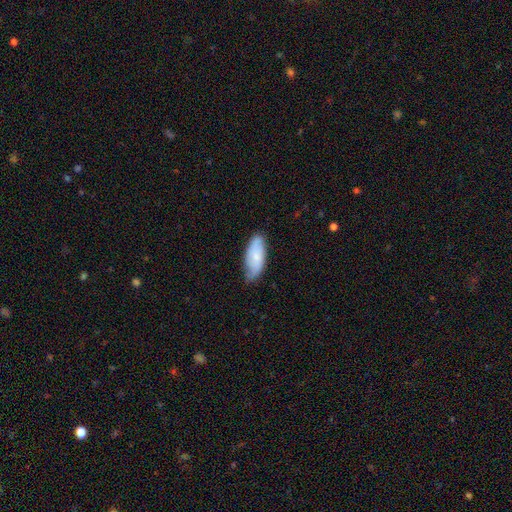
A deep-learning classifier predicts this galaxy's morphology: This appears to be a smooth galaxy with no disk features (67%) that is in between round and cigar-shaped (82%). Merging: none (64%).